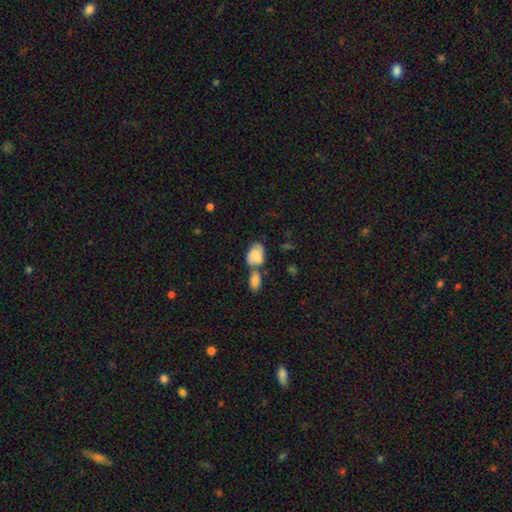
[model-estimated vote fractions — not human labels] smooth_or_featured: smooth (p=0.73) [alt: featured or disk p=0.20]
how_rounded: in between (p=0.83) [alt: round p=0.15]
merging: merger (p=0.53) [alt: none p=0.28]